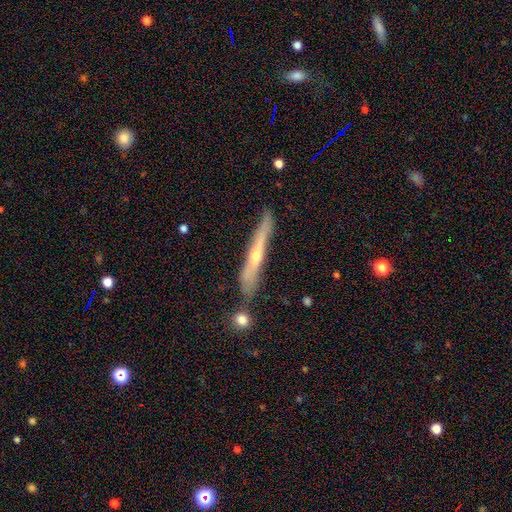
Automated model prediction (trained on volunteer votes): This is likely a featured or disk galaxy (63%). It is clearly viewed edge-on (91%). Edge-on bulge: likely rounded (75%). Merging: likely none (73%).